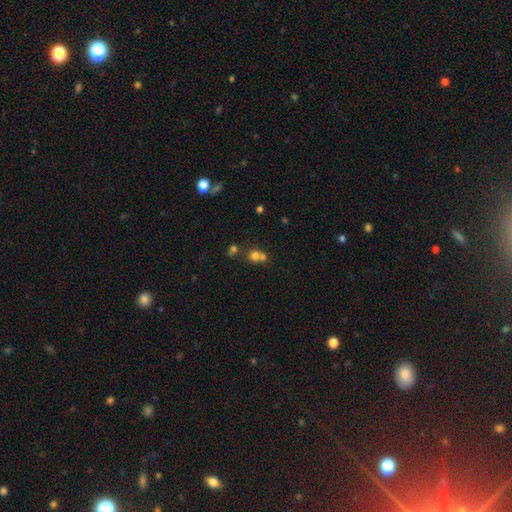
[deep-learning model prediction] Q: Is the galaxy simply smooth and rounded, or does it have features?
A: smooth — 69%.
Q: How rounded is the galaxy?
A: round — 83%.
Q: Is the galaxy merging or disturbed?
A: merger — 49%.